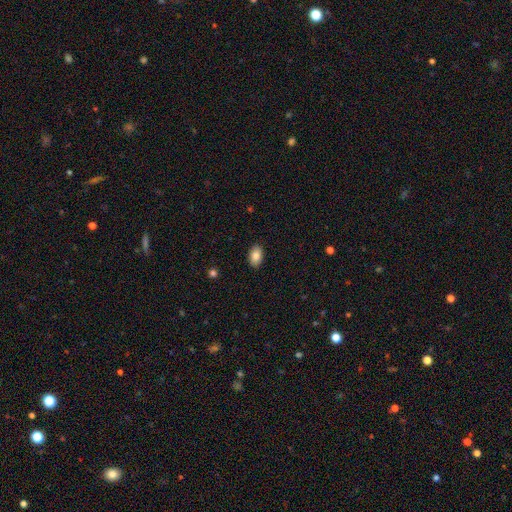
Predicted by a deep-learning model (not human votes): smooth-or-featured: smooth: 85% | featured or disk: 8% | star or artifact: 7%
  how-rounded: in between: 92% | round: 7% | cigar-shaped: 1%
  merging: none: 89% | minor disturbance: 8% | major disturbance: 2% | merger: 1%